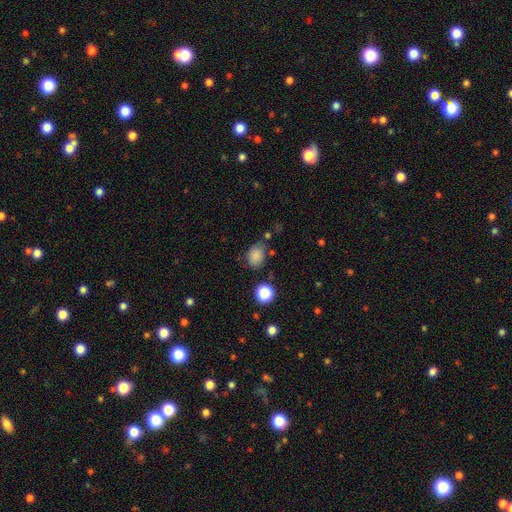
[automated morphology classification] Q: Smooth or featured?
A: smooth (83%); runner-up: star or artifact (12%)
Q: How rounded?
A: in between (58%); runner-up: round (41%)
Q: Merging?
A: none (68%); runner-up: minor disturbance (20%)